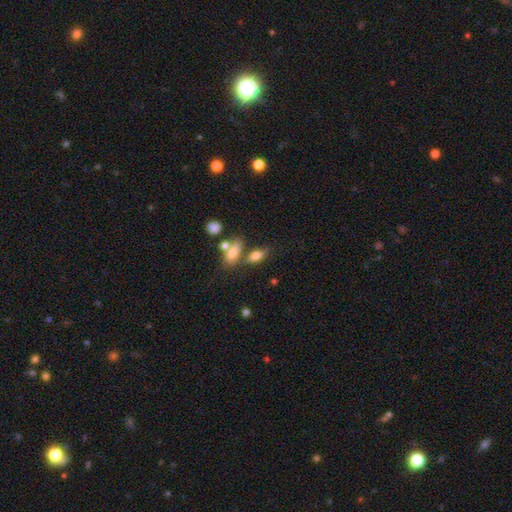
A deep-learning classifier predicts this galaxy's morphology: Overall: smooth (73%). How rounded: in between (75%). Merging: none (55%; merger 25%).